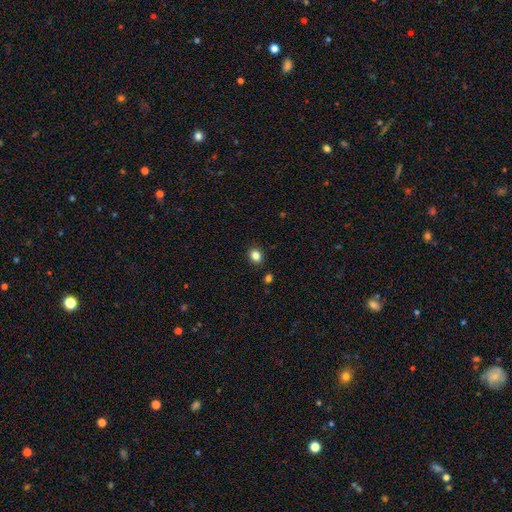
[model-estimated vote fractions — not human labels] smooth-or-featured: smooth: 84% | star or artifact: 11% | featured or disk: 5%
  how-rounded: round: 62% | in between: 37% | cigar-shaped: 1%
  merging: none: 89% | minor disturbance: 7% | major disturbance: 2% | merger: 2%